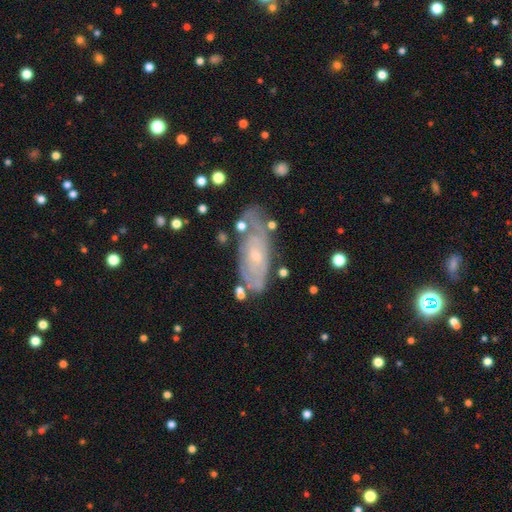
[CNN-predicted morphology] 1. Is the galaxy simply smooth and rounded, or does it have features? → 70% featured or disk, 22% smooth, 7% star or artifact.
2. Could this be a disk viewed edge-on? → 88% no, 12% yes.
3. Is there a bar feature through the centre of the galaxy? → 78% no, 18% weak, 4% strong.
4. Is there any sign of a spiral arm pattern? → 76% yes, 24% no.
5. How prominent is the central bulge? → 76% small, 20% moderate, 2% none, 1% large, 1% dominant.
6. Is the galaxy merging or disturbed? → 64% none, 22% minor disturbance, 8% major disturbance, 5% merger.